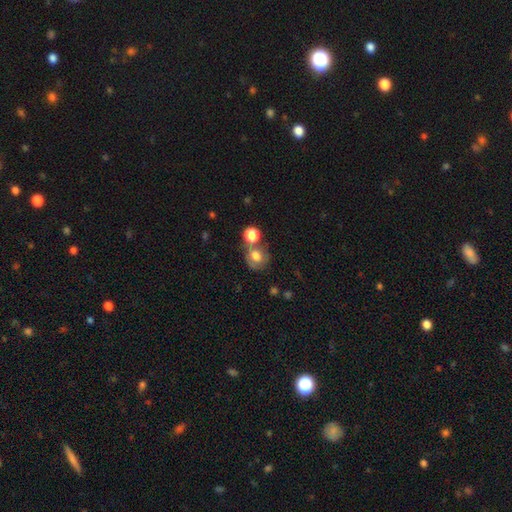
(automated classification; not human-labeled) smooth 68%, featured or disk 22%, star or artifact 11%. Down the decision tree: how rounded — round (72%); merging — none (42%).